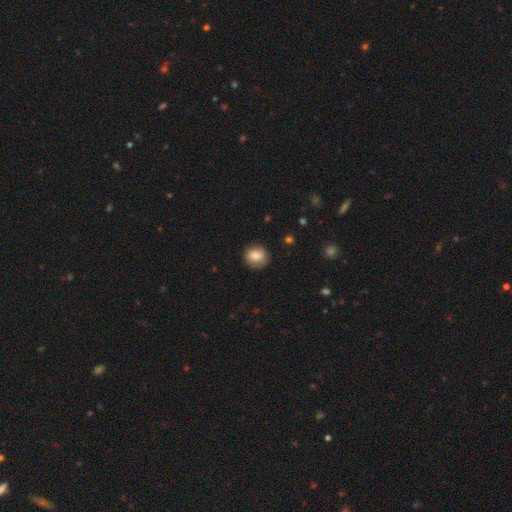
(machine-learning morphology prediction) smooth 82%, featured or disk 9%, star or artifact 8%. Down the decision tree: how rounded — round (85%); merging — none (86%).